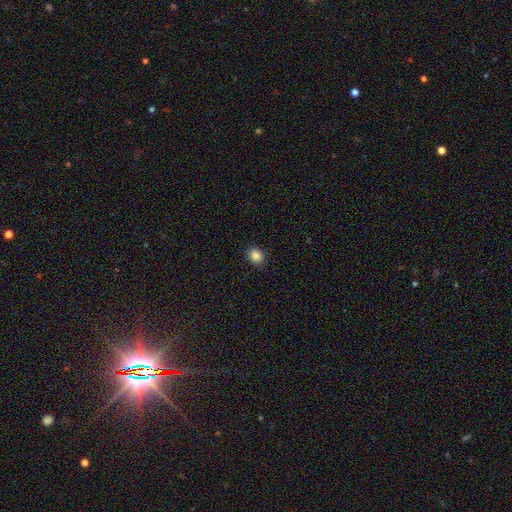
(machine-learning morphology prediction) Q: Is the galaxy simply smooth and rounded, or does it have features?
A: smooth — 86%.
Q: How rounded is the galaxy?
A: round — 58%.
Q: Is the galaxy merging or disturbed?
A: none — 90%.